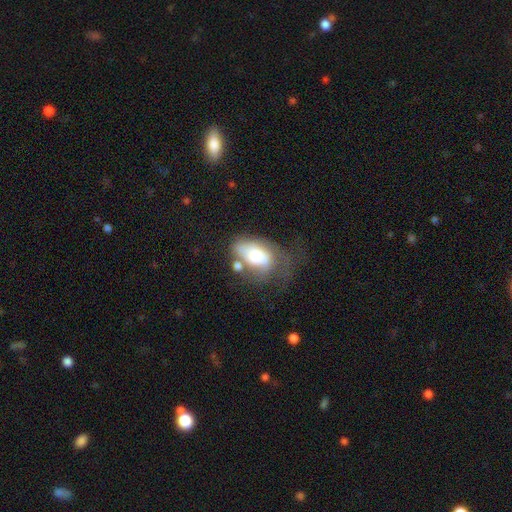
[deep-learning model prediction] A smooth galaxy with no disk features (52%) that is in between round and cigar-shaped (86%).

Vote fractions:
- Smooth or featured? smooth: 52% / featured or disk: 40% / star or artifact: 8%
- How rounded? in between: 86% / round: 11% / cigar-shaped: 3%
- Merging? major disturbance: 33% / none: 25% / minor disturbance: 23% / merger: 19%